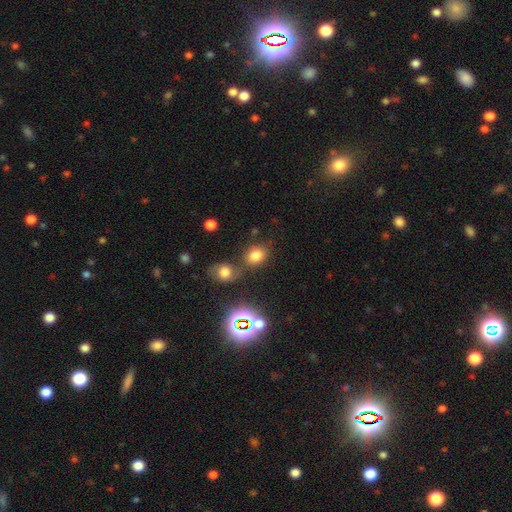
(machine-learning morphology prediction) type=smooth (75%); roundness=in between (49%, tied with round); merging=none (63%).